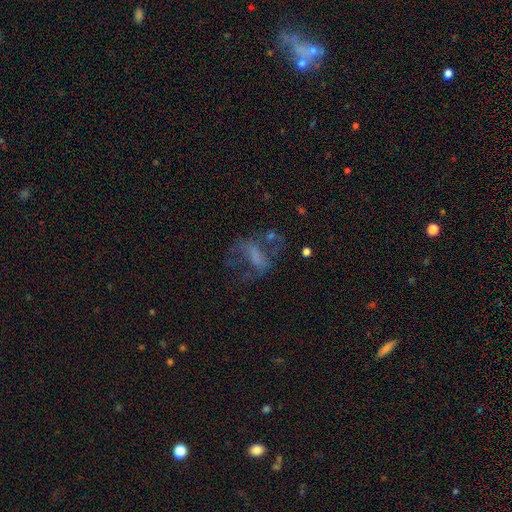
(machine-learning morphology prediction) smooth-or-featured: featured or disk: 52% | smooth: 29% | star or artifact: 19%
  disk-edge-on: no: 96% | yes: 4%
  merging: major disturbance: 40% | none: 36% | minor disturbance: 16% | merger: 8%